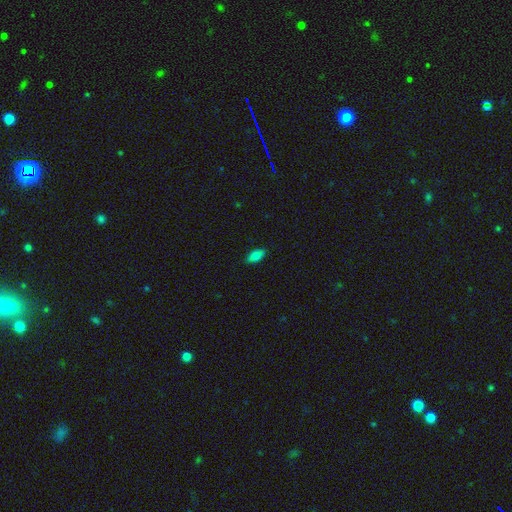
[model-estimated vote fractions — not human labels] A smooth galaxy with no disk features (81%) that is in between round and cigar-shaped (87%). Merging: none (87%).